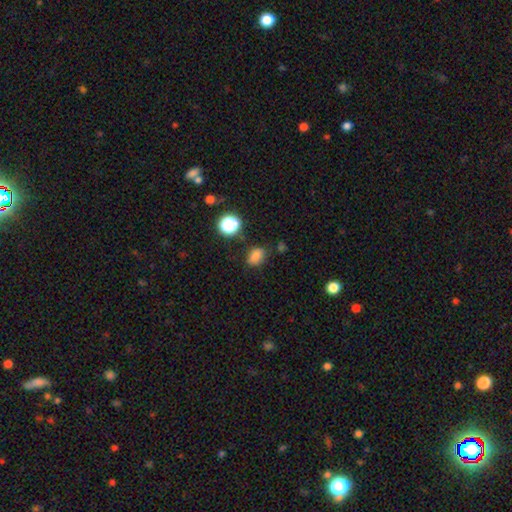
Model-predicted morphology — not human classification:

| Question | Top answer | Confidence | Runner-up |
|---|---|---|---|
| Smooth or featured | smooth | 78% | star or artifact (15%) |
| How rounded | in between | 66% | round (33%) |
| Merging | none | 76% | minor disturbance (16%) |